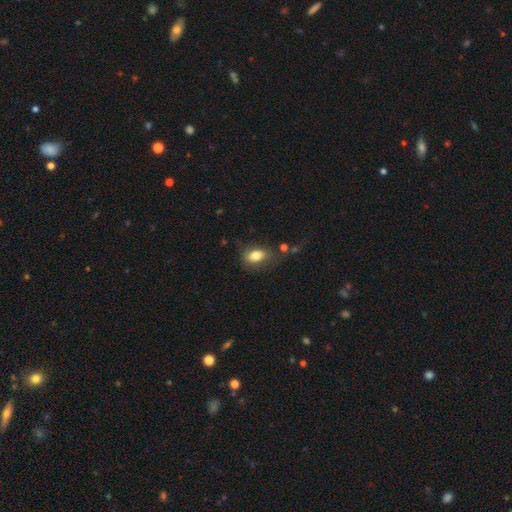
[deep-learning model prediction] Smooth or featured? Predicted: smooth (p=0.78). How rounded? Predicted: in between (p=0.85). Merging? Predicted: none (p=0.58).